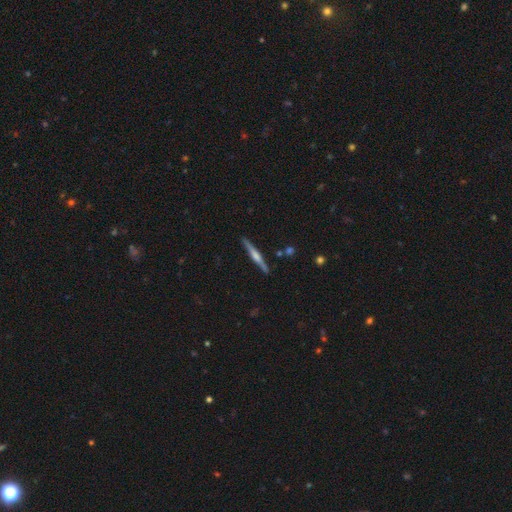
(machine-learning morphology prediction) A featured or disk galaxy (71%) viewed edge-on (98%) with a rounded central bulge (75%). Merging: none (90%).